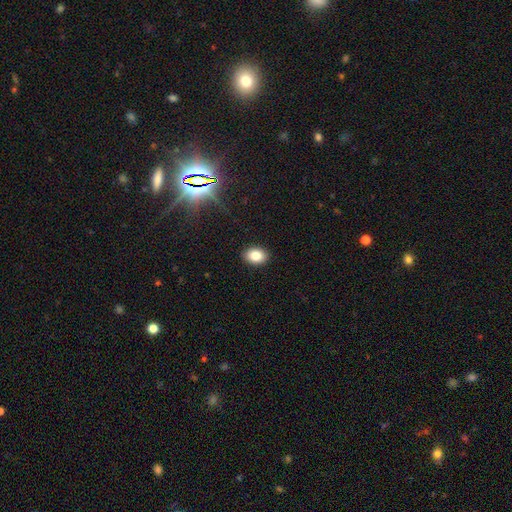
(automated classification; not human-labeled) Q: Smooth or featured?
A: smooth (84%); runner-up: star or artifact (9%)
Q: How rounded?
A: in between (78%); runner-up: round (21%)
Q: Merging?
A: none (90%); runner-up: minor disturbance (7%)